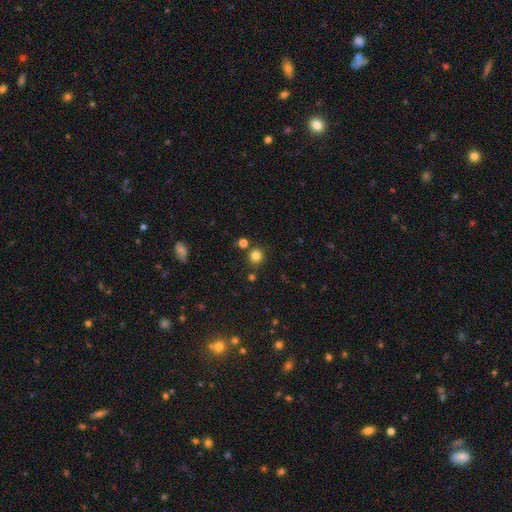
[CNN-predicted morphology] A smooth galaxy with no disk features (81%) that is round (90%).

Vote fractions:
- Smooth or featured? smooth: 81% / star or artifact: 14% / featured or disk: 5%
- How rounded? round: 90% / in between: 9% / cigar-shaped: 1%
- Merging? none: 81% / minor disturbance: 8% / merger: 8% / major disturbance: 3%